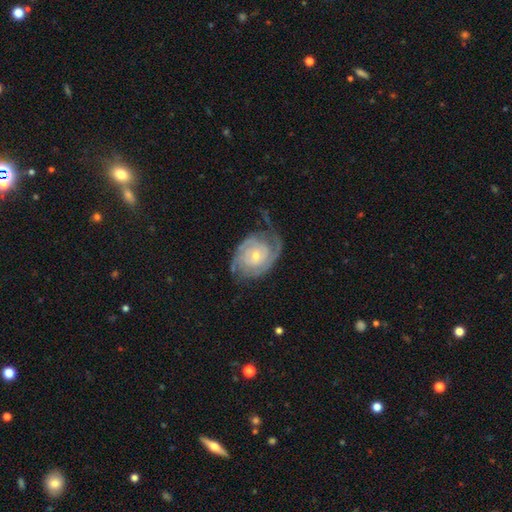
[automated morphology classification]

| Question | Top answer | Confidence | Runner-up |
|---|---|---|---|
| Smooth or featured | featured or disk | 87% | smooth (8%) |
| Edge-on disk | no | 97% | yes (3%) |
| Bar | no | 70% | weak (24%) |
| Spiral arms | yes | 96% | no (4%) |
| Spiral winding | tight | 63% | medium (28%) |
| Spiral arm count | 2 | 56% | can't tell (19%) |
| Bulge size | small | 61% | moderate (35%) |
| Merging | none | 62% | minor disturbance (21%) |